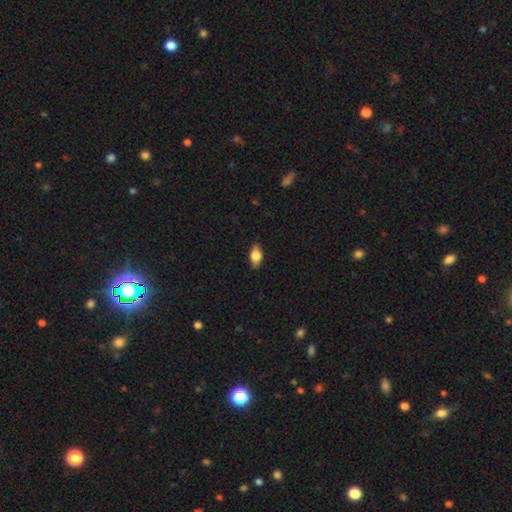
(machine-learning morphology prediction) Overall: smooth (76%). How rounded: in between (87%). Merging: none (87%).